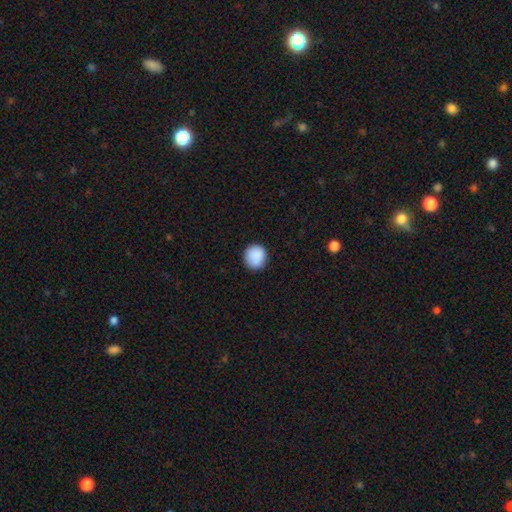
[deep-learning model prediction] Overall: smooth (90%). How rounded: round (89%). Merging: none (89%).